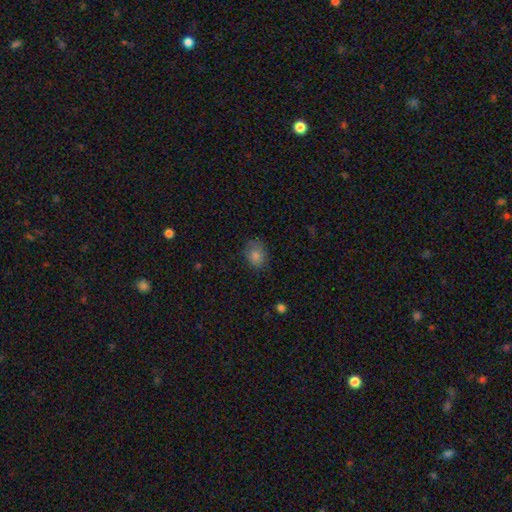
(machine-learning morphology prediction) Smooth or featured: smooth — 80% (star or artifact — 12%)
How rounded: in between — 57% (round — 42%)
Merging: none — 76% (minor disturbance — 19%)